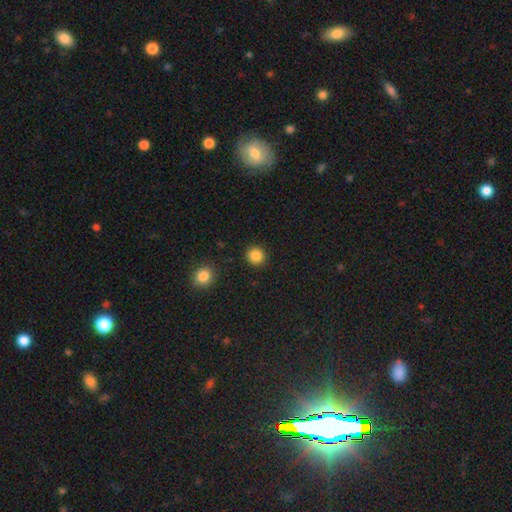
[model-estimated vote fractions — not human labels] Overall: smooth (87%). How rounded: round (92%). Merging: none (91%).